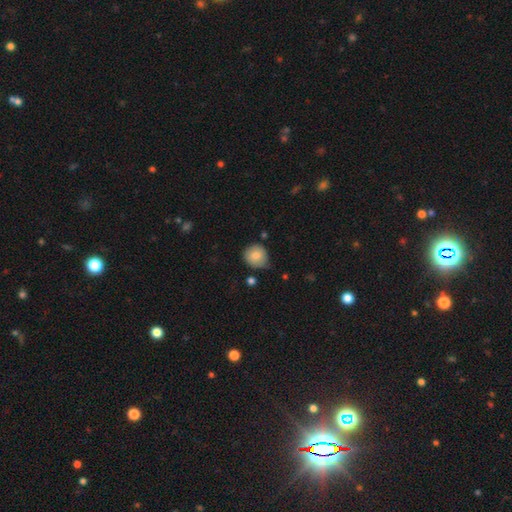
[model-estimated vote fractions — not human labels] This is clearly a smooth galaxy (81%). How rounded: clearly round (87%). Merging: likely none (67%).